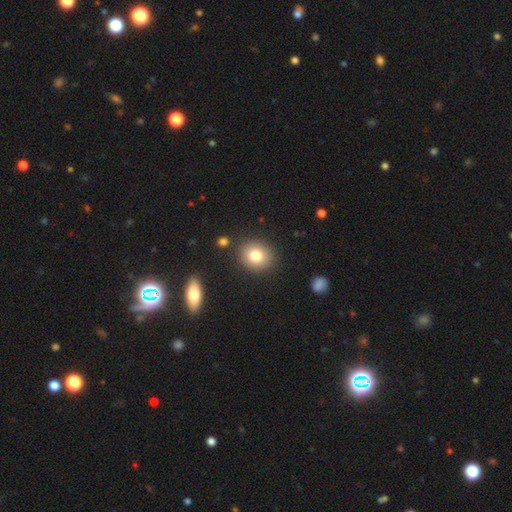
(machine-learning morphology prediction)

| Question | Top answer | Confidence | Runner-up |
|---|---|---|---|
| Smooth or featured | smooth | 79% | star or artifact (11%) |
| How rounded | round | 71% | in between (28%) |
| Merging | none | 87% | minor disturbance (8%) |